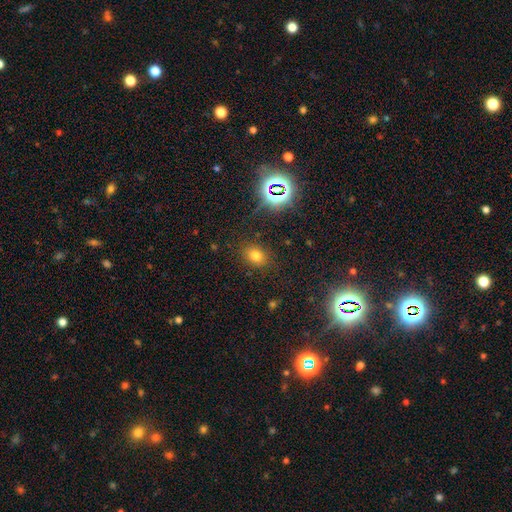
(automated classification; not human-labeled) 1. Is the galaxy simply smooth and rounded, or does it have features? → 71% smooth, 21% star or artifact, 8% featured or disk.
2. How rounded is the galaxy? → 52% in between, 47% round, 1% cigar-shaped.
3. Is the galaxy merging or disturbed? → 84% none, 10% minor disturbance, 4% major disturbance, 2% merger.